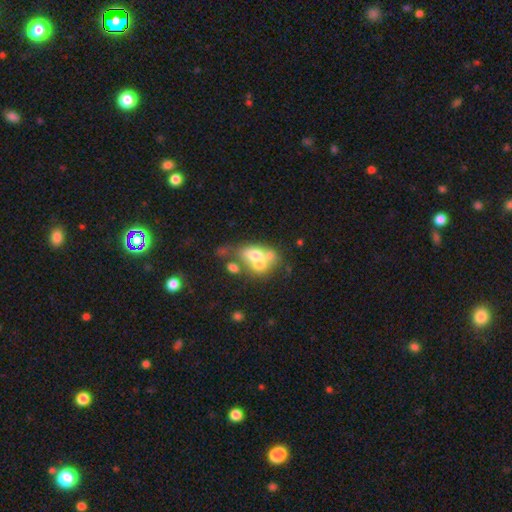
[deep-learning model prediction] Q: Smooth or featured?
A: smooth (50%); runner-up: featured or disk (39%)
Q: Merging?
A: merger (57%); runner-up: none (19%)